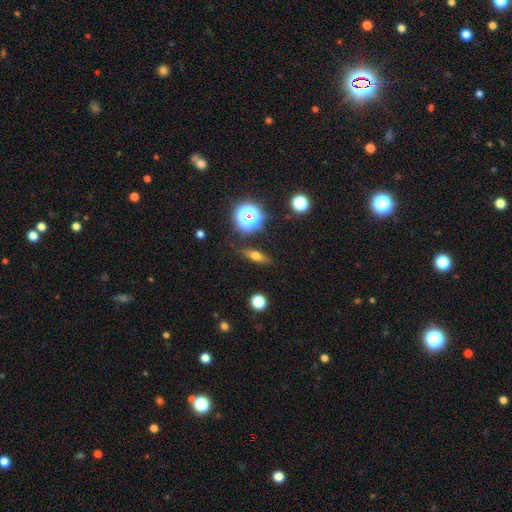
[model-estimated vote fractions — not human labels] The model was most divided on "how rounded": in between: 45%, cigar-shaped: 39%, round: 16%. More confident: merging — none (84%); smooth or featured — smooth (59%).